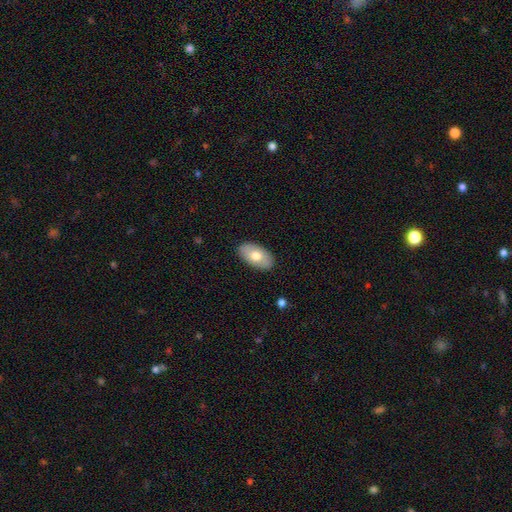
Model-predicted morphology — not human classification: Smooth or featured? smooth (71%)
How rounded? in between (95%)
Merging? none (87%)